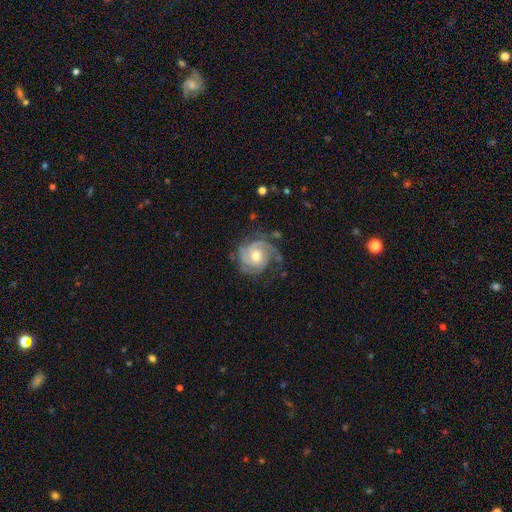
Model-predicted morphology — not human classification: Overall: featured or disk (86%). Edge-on disk: no (98%). Bar: no (73%). Spiral arms: yes (96%). Spiral arm count: 2 (35%; 3 30%). Spiral winding: tight (63%; medium 30%). Bulge size: moderate (66%; small 28%). Merging: none (67%).